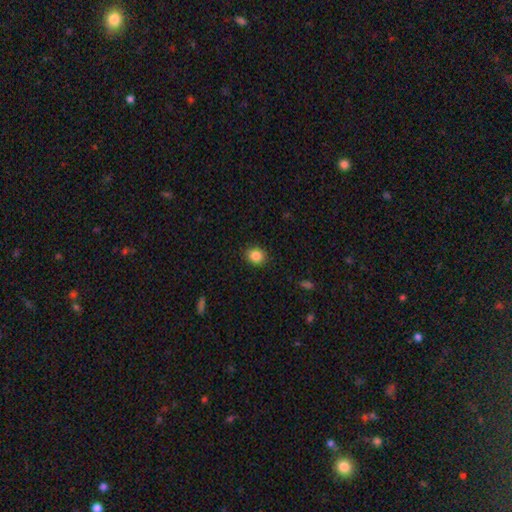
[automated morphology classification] A smooth galaxy with no disk features (86%) that is round (65%). Merging: none (89%).